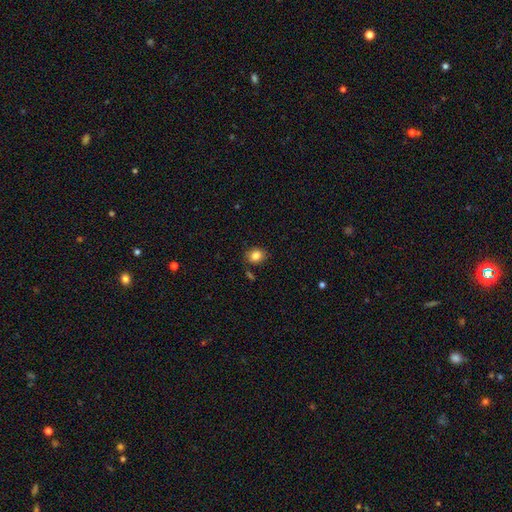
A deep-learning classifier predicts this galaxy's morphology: This is clearly a smooth galaxy (84%). How rounded: possibly round (51%). Merging: clearly none (82%).